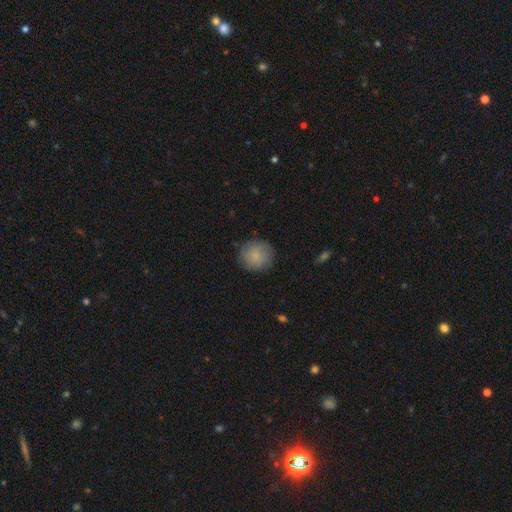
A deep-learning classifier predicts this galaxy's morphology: smooth-or-featured: smooth: 77% | featured or disk: 15% | star or artifact: 8%
  how-rounded: round: 90% | in between: 9% | cigar-shaped: 1%
  merging: none: 81% | minor disturbance: 14% | major disturbance: 4% | merger: 1%